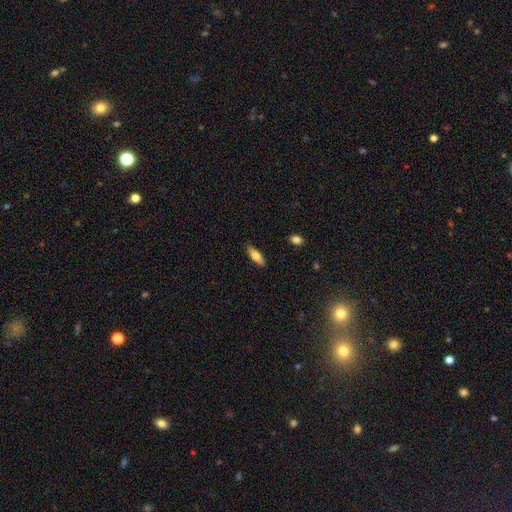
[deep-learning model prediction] smooth_or_featured: smooth (p=0.70) [alt: featured or disk p=0.24]
how_rounded: in between (p=0.61) [alt: cigar-shaped p=0.37]
merging: none (p=0.88) [alt: minor disturbance p=0.09]